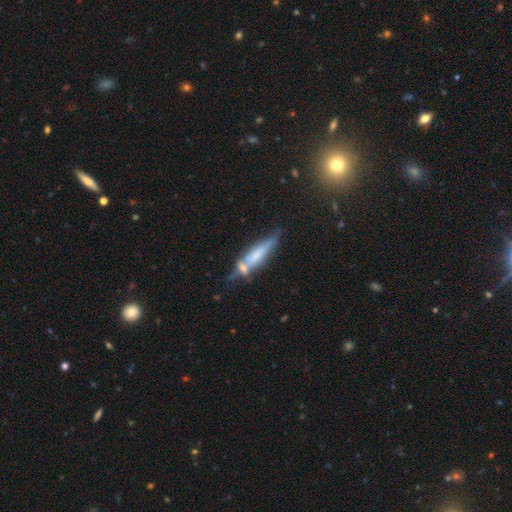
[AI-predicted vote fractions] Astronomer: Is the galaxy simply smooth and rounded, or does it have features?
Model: featured or disk — 49% (runner-up: smooth, 43%).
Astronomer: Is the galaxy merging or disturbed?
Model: none — 43% (runner-up: merger, 27%).